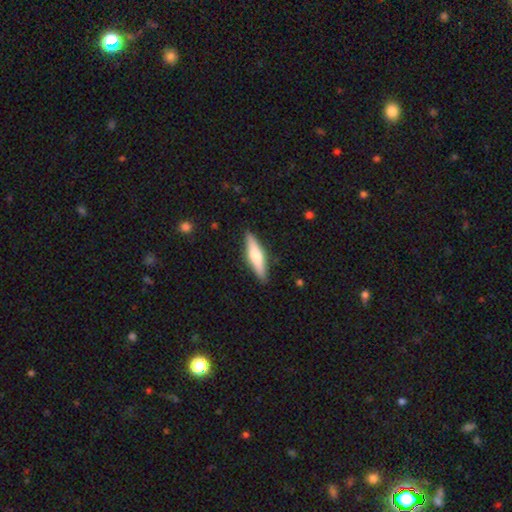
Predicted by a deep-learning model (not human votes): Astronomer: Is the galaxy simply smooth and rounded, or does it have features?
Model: smooth — 54% (runner-up: featured or disk, 41%).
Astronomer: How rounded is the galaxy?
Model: cigar-shaped — 75%.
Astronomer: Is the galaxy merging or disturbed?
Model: none — 89%.